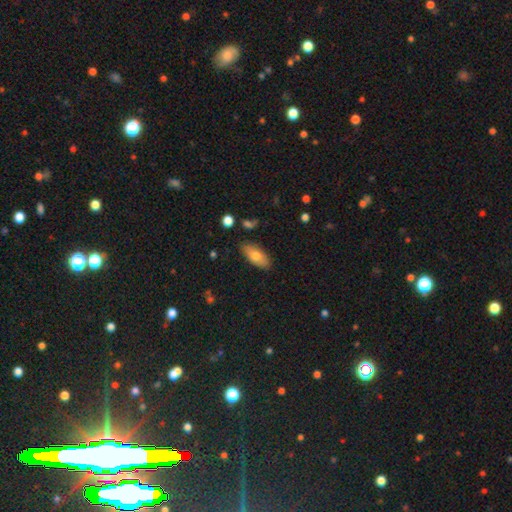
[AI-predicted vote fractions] This is likely a smooth galaxy (74%). How rounded: clearly in between (85%). Merging: clearly none (83%).